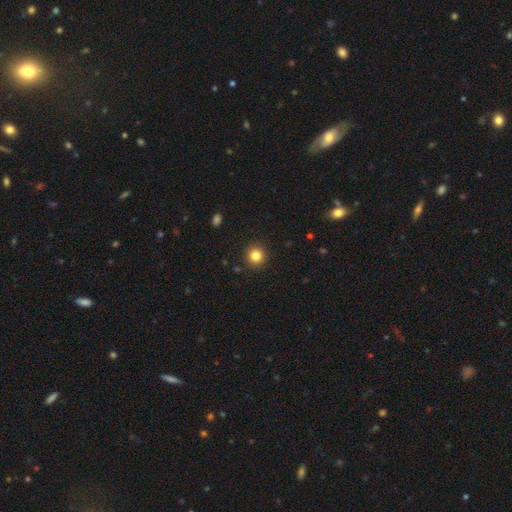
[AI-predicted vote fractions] Overall: smooth (83%). How rounded: round (94%). Merging: none (91%).